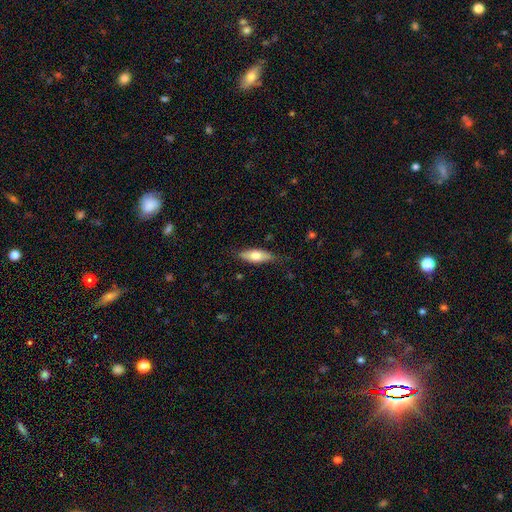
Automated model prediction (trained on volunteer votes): A smooth galaxy with no disk features (65%) that is in between round and cigar-shaped (68%). Merging: none (77%).